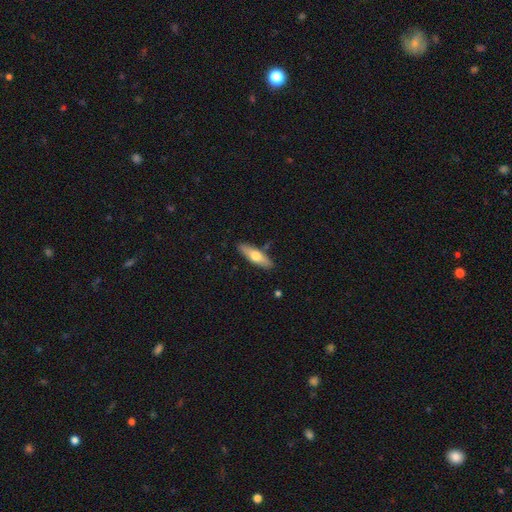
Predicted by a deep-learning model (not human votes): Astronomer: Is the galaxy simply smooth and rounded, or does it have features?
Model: smooth — 59% (runner-up: featured or disk, 35%).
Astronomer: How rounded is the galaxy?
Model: cigar-shaped — 56% (runner-up: in between, 42%).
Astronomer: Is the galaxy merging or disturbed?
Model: none — 85%.